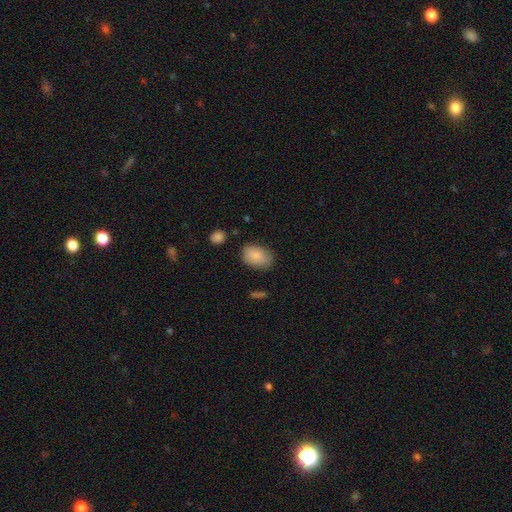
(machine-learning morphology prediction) This is clearly a smooth galaxy (87%). How rounded: clearly in between (84%). Merging: likely none (74%).